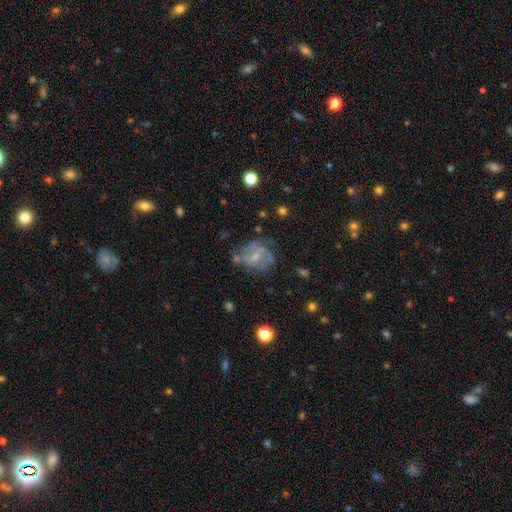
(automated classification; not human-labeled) smooth_or_featured: featured or disk (p=0.63) [alt: smooth p=0.27]
disk_edge_on: no (p=0.97) [alt: yes p=0.03]
bar: no (p=0.53) [alt: weak p=0.40]
has_spiral_arms: yes (p=0.71) [alt: no p=0.29]
bulge_size: small (p=0.50) [alt: moderate p=0.34]
merging: none (p=0.54) [alt: minor disturbance p=0.23]